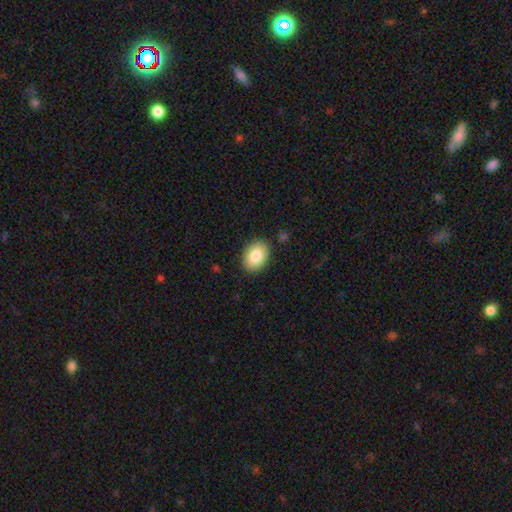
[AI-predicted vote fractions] Q: Smooth or featured?
A: smooth (84%); runner-up: featured or disk (9%)
Q: How rounded?
A: in between (80%); runner-up: round (19%)
Q: Merging?
A: none (88%); runner-up: minor disturbance (9%)